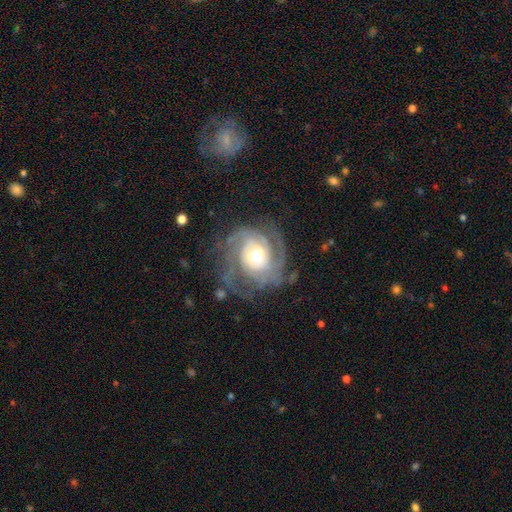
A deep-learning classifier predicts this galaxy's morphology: A featured or disk galaxy (87%) with no bar (73%), 2 (28%) tight (62%) spiral arms (96%) and a moderate central bulge (59%).

Vote fractions:
- Smooth or featured? featured or disk: 87% / smooth: 8% / star or artifact: 5%
- Edge-on disk? no: 98% / yes: 2%
- Bar? no: 73% / weak: 21% / strong: 6%
- Spiral arms? yes: 96% / no: 4%
- Spiral winding? tight: 62% / medium: 30% / loose: 7%
- Spiral arm count? 2: 28% / 3: 27% / can't tell: 23% / 4: 10% / 1: 6% / more than 4: 6%
- Bulge size? moderate: 59% / small: 25% / large: 13% / dominant: 1% / none: 1%
- Merging? none: 67% / minor disturbance: 18% / major disturbance: 13% / merger: 2%